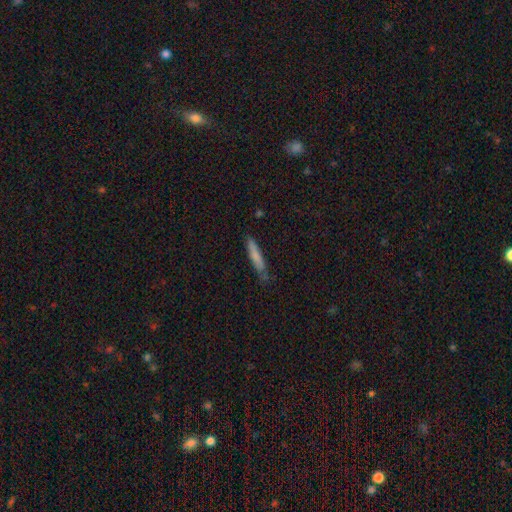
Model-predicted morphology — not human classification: Q: Smooth or featured?
A: smooth (76%); runner-up: featured or disk (18%)
Q: How rounded?
A: cigar-shaped (91%); runner-up: in between (7%)
Q: Merging?
A: none (74%); runner-up: minor disturbance (21%)